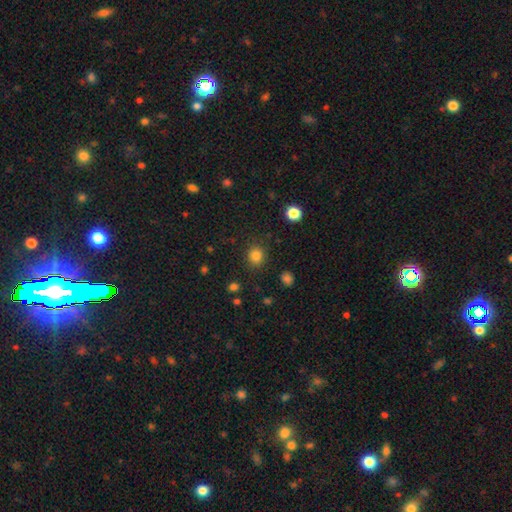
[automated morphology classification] Smooth or featured: smooth — 83% (star or artifact — 13%)
How rounded: round — 81% (in between — 18%)
Merging: none — 87% (minor disturbance — 8%)